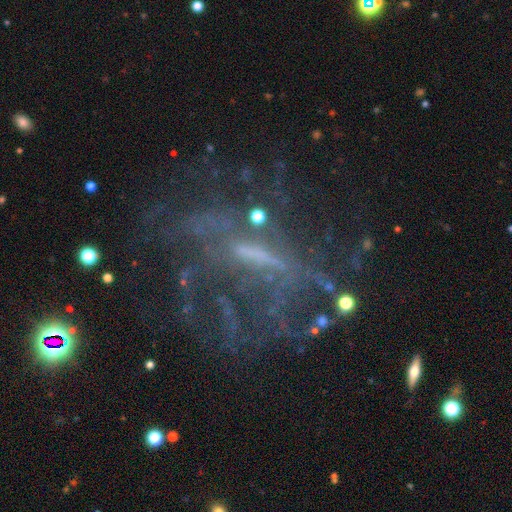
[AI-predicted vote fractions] smooth_or_featured: featured or disk (p=0.65) [alt: star or artifact p=0.24]
disk_edge_on: no (p=0.88) [alt: yes p=0.12]
bar: no (p=0.38) [alt: weak p=0.36]
has_spiral_arms: no (p=0.55) [alt: yes p=0.45]
bulge_size: small (p=0.41) [alt: none p=0.38]
merging: none (p=0.51) [alt: major disturbance p=0.29]